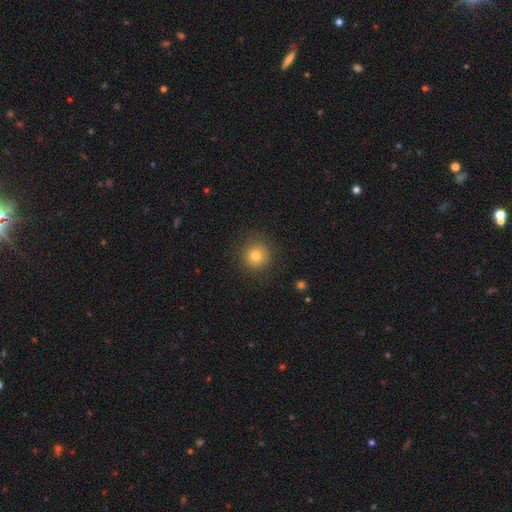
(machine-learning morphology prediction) Smooth or featured?
  - smooth: 78% *
  - star or artifact: 12%
  - featured or disk: 10%
How rounded?
  - round: 93% *
  - in between: 6%
  - cigar-shaped: 1%
Merging?
  - none: 87% *
  - minor disturbance: 8%
  - major disturbance: 3%
  - merger: 1%